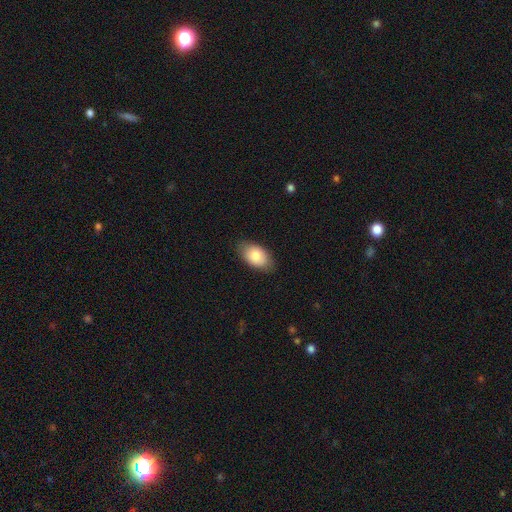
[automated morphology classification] Smooth or featured? smooth (81%)
How rounded? in between (92%)
Merging? none (83%)